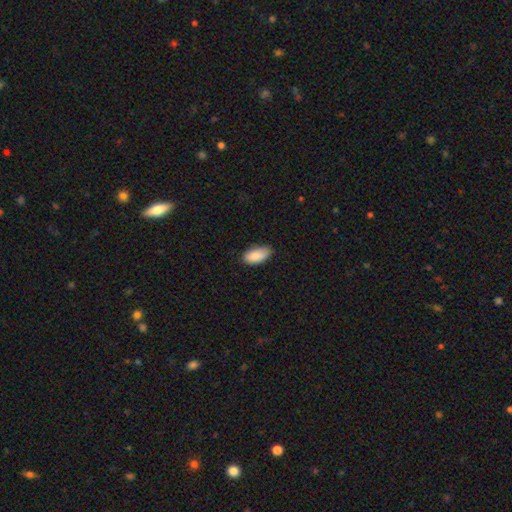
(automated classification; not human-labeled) smooth 88%, star or artifact 6%, featured or disk 6%. Down the decision tree: how rounded — in between (93%); merging — none (78%).